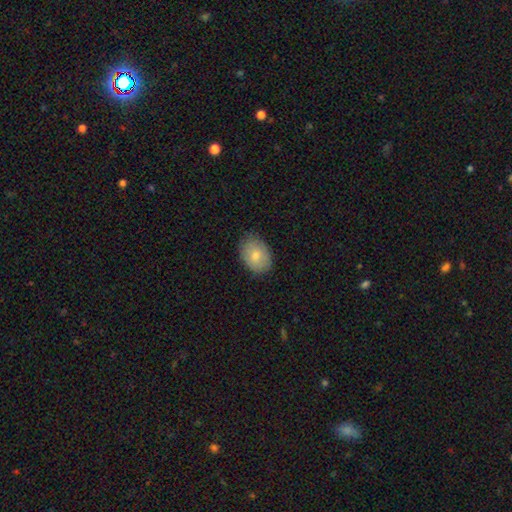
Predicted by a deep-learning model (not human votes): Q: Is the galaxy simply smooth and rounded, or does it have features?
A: smooth — 76%.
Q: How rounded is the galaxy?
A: in between — 79%.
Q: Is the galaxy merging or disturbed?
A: none — 78%.